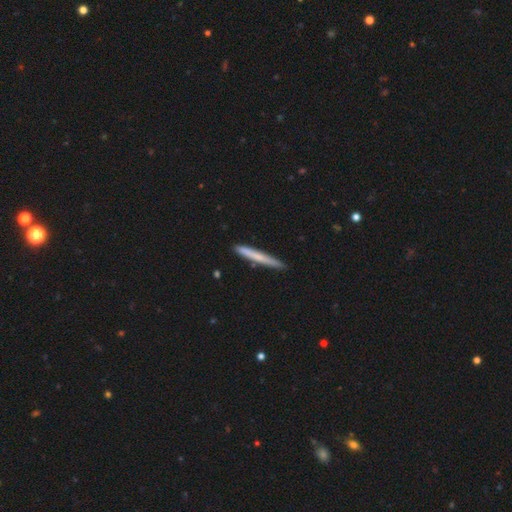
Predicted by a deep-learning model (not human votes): A smooth galaxy with no disk features (63%) that is cigar-shaped (97%). Merging: none (87%).